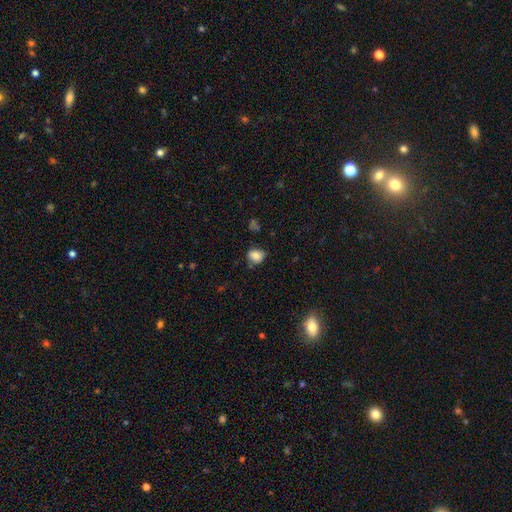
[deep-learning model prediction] Smooth or featured?
  - smooth: 83% *
  - star or artifact: 10%
  - featured or disk: 7%
How rounded?
  - round: 52% *
  - in between: 47%
  - cigar-shaped: 1%
Merging?
  - none: 63% *
  - minor disturbance: 26%
  - major disturbance: 7%
  - merger: 4%